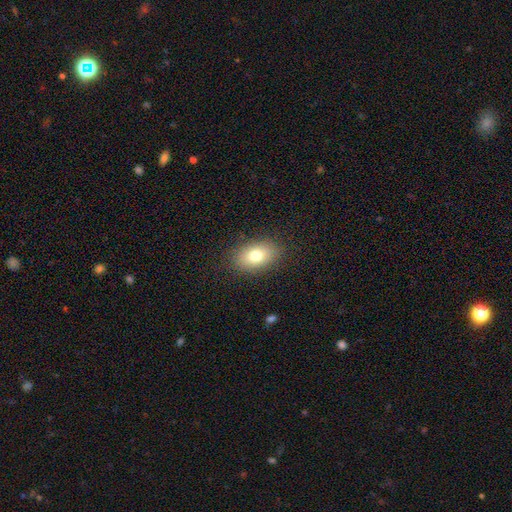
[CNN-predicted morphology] A smooth galaxy with no disk features (77%) that is in between round and cigar-shaped (86%). Merging: none (87%).